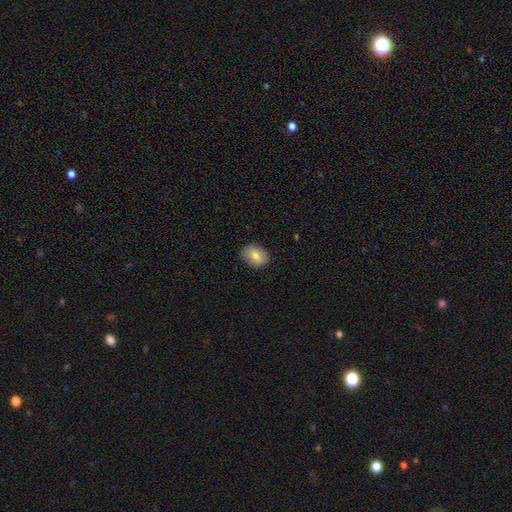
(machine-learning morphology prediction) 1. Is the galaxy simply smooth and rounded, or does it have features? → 81% smooth, 11% featured or disk, 8% star or artifact.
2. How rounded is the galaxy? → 67% in between, 32% round, 1% cigar-shaped.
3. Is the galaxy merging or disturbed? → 82% none, 14% minor disturbance, 3% major disturbance, 1% merger.